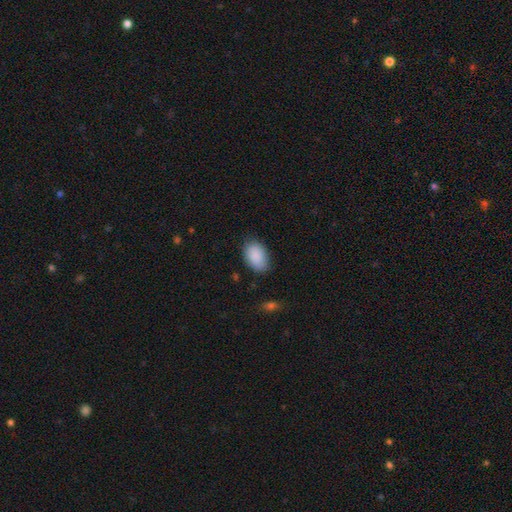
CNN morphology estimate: A smooth galaxy with no disk features (90%) that is in between round and cigar-shaped (90%).

Vote fractions:
- Smooth or featured? smooth: 90% / star or artifact: 6% / featured or disk: 4%
- How rounded? in between: 90% / round: 9% / cigar-shaped: 1%
- Merging? none: 81% / minor disturbance: 15% / major disturbance: 3% / merger: 1%